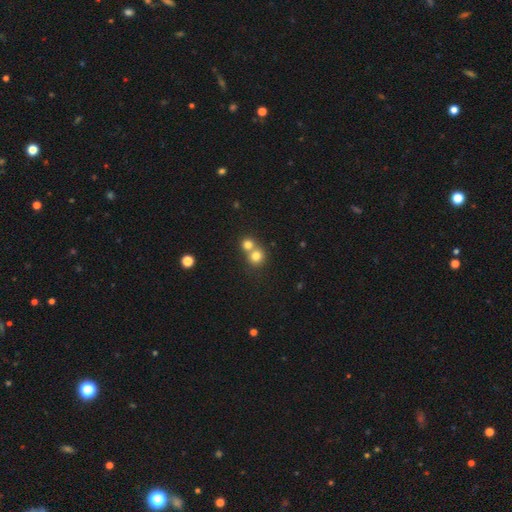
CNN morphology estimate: Q: Smooth or featured?
A: smooth (77%); runner-up: star or artifact (12%)
Q: How rounded?
A: round (85%); runner-up: in between (14%)
Q: Merging?
A: merger (54%); runner-up: none (39%)